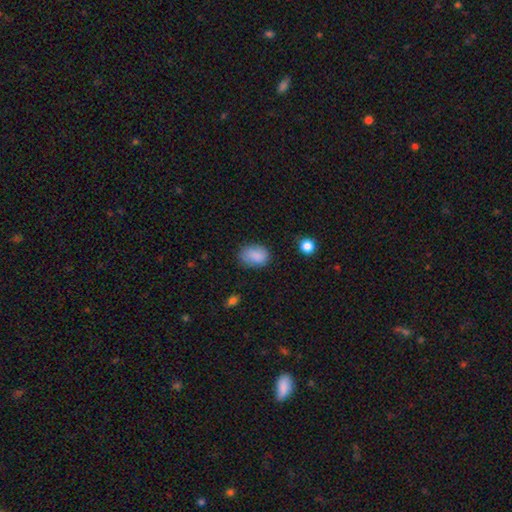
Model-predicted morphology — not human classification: Q: Smooth or featured?
A: smooth (86%); runner-up: star or artifact (8%)
Q: How rounded?
A: in between (74%); runner-up: round (25%)
Q: Merging?
A: none (74%); runner-up: minor disturbance (19%)